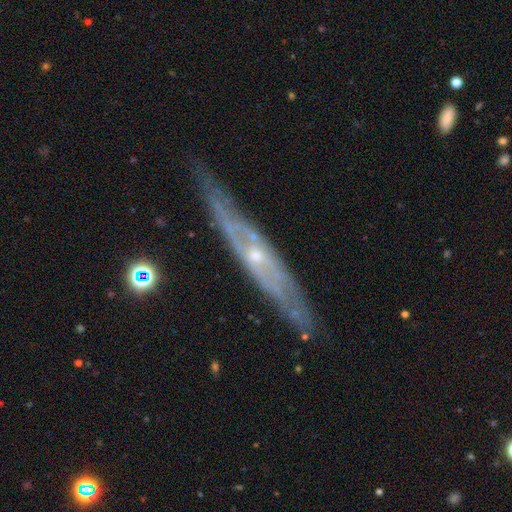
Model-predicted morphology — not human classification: A featured or disk galaxy (80%) viewed edge-on (65%) with a rounded central bulge (57%). Merging: none (79%).